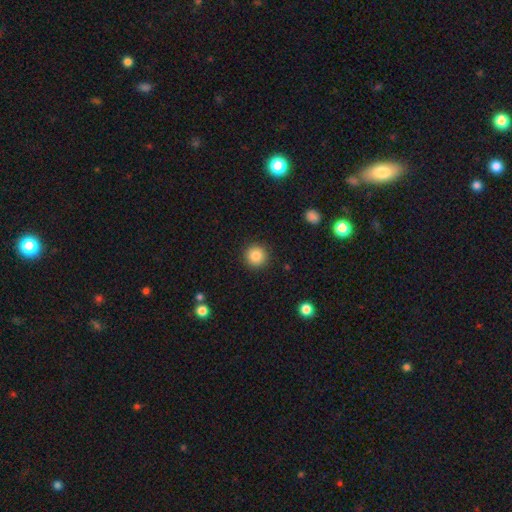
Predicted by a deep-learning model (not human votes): Smooth or featured? Predicted: smooth (p=0.86). How rounded? Predicted: round (p=0.95). Merging? Predicted: none (p=0.92).